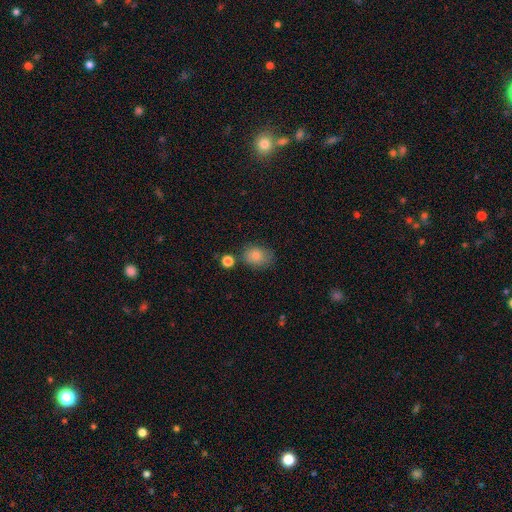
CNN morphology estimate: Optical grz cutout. It shows a smooth galaxy with no disk features (83%) that is in between round and cigar-shaped (56%). Merging: none (68%).